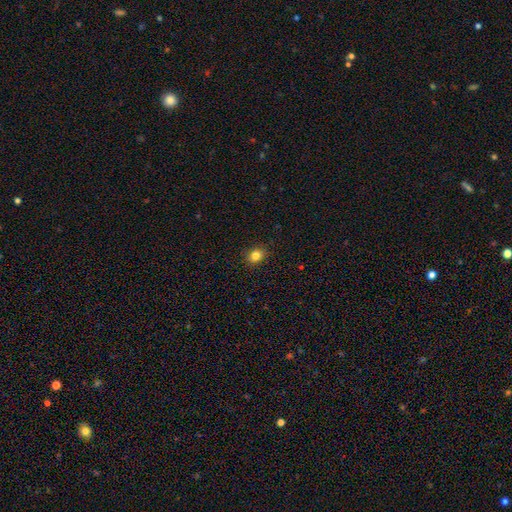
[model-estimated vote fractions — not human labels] Morphology: type=smooth (83%); roundness=round (61%); merging=none (89%).